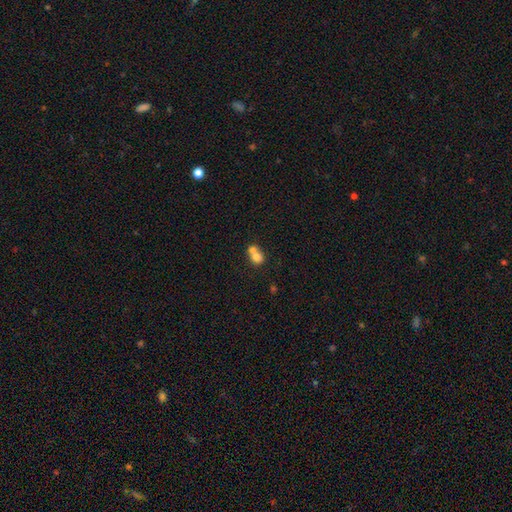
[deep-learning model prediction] Morphology: type=smooth (74%); roundness=round (71%); merging=merger (65%).